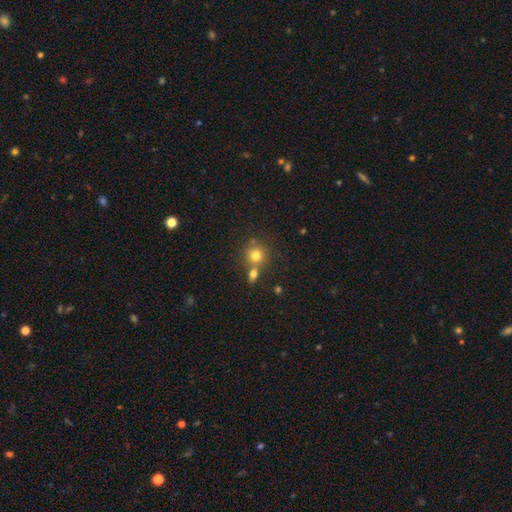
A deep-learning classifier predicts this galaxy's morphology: smooth-or-featured: smooth: 76% | star or artifact: 13% | featured or disk: 11%
  how-rounded: round: 86% | in between: 13% | cigar-shaped: 1%
  merging: none: 54% | merger: 33% | minor disturbance: 9% | major disturbance: 4%